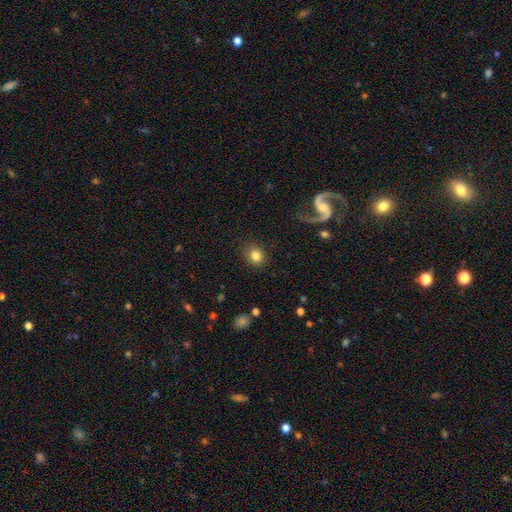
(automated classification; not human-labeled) Smooth or featured: smooth — 82% (star or artifact — 10%)
How rounded: round — 70% (in between — 29%)
Merging: none — 86% (minor disturbance — 9%)